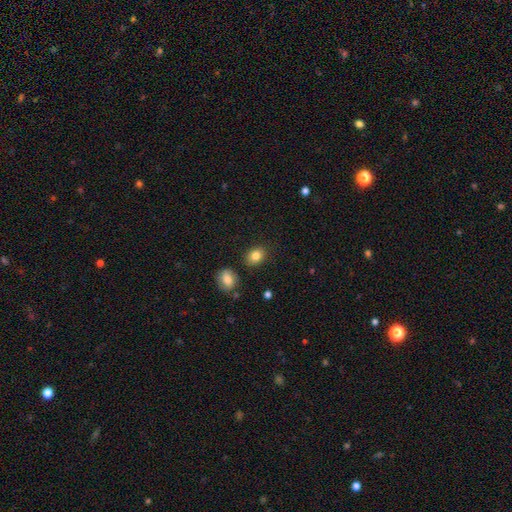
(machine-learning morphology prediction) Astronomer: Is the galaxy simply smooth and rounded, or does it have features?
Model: smooth — 83%.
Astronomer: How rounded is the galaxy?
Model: in between — 53% (runner-up: round, 45%).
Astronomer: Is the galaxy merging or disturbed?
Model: none — 84%.